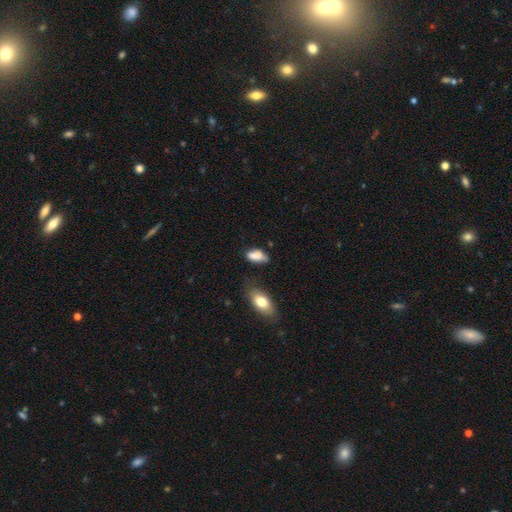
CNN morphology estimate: Smooth or featured: smooth — 79% (featured or disk — 12%)
How rounded: in between — 88% (cigar-shaped — 7%)
Merging: none — 45% (minor disturbance — 34%)